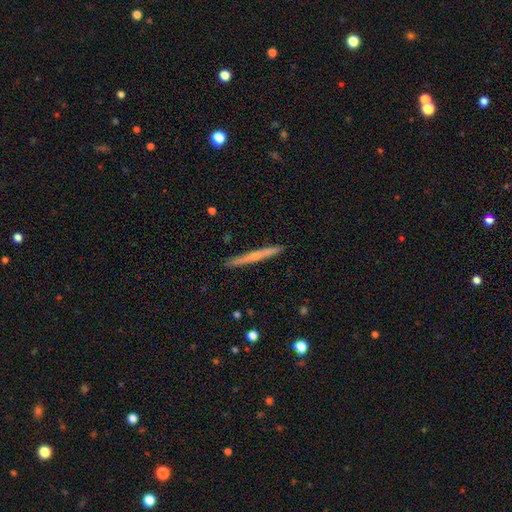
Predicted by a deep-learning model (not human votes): Q: Smooth or featured?
A: smooth (52%); runner-up: featured or disk (42%)
Q: How rounded?
A: cigar-shaped (97%); runner-up: in between (2%)
Q: Merging?
A: none (91%); runner-up: minor disturbance (6%)